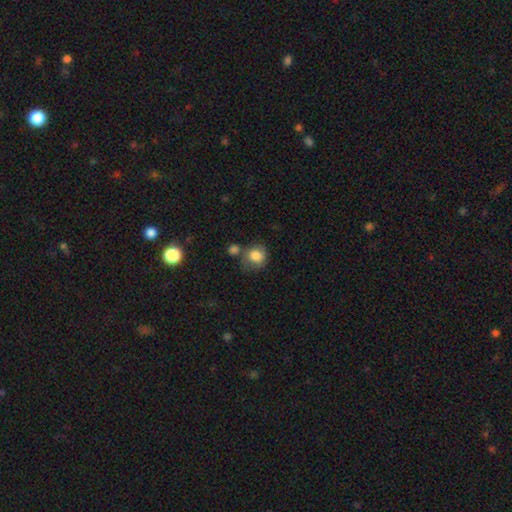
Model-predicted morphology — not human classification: The model was most divided on "merging": none: 52%, minor disturbance: 20%, merger: 19%, major disturbance: 9%. More confident: smooth or featured — smooth (83%); how rounded — round (77%).